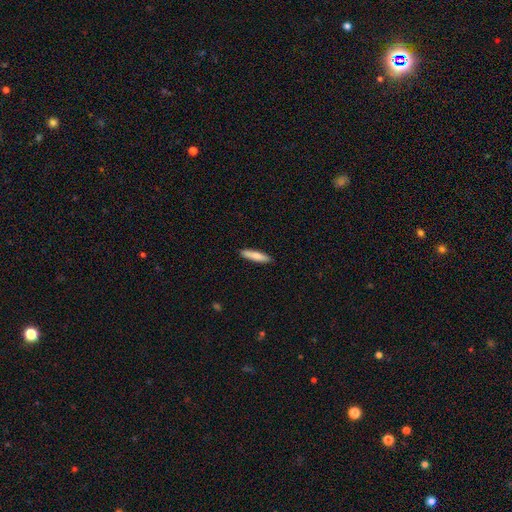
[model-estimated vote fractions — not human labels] smooth-or-featured: smooth: 78% | featured or disk: 16% | star or artifact: 6%
  how-rounded: cigar-shaped: 82% | in between: 16% | round: 1%
  merging: none: 90% | minor disturbance: 7% | major disturbance: 2% | merger: 1%